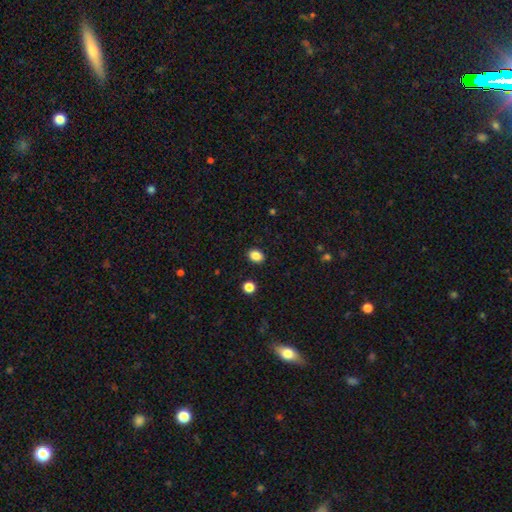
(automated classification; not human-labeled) Smooth or featured? Predicted: smooth (p=0.86). How rounded? Predicted: in between (p=0.58). Merging? Predicted: none (p=0.90).